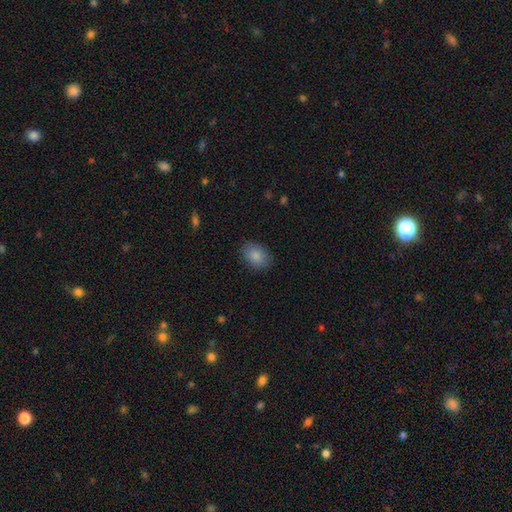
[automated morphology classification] smooth_or_featured: smooth (p=0.87) [alt: star or artifact p=0.08]
how_rounded: in between (p=0.80) [alt: round p=0.19]
merging: none (p=0.86) [alt: minor disturbance p=0.10]